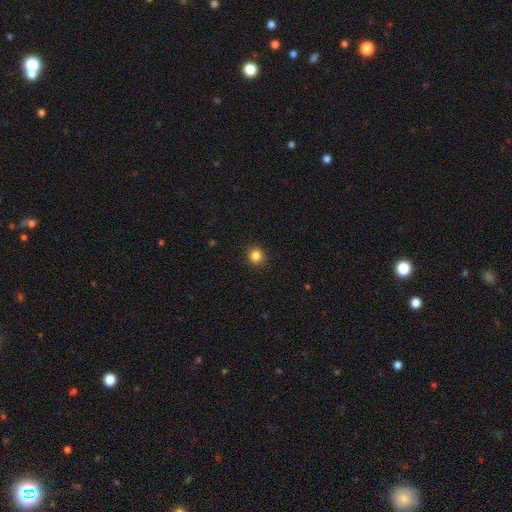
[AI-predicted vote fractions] Smooth or featured?
  - smooth: 85% *
  - star or artifact: 11%
  - featured or disk: 4%
How rounded?
  - round: 91% *
  - in between: 8%
  - cigar-shaped: 1%
Merging?
  - none: 92% *
  - minor disturbance: 5%
  - major disturbance: 2%
  - merger: 1%